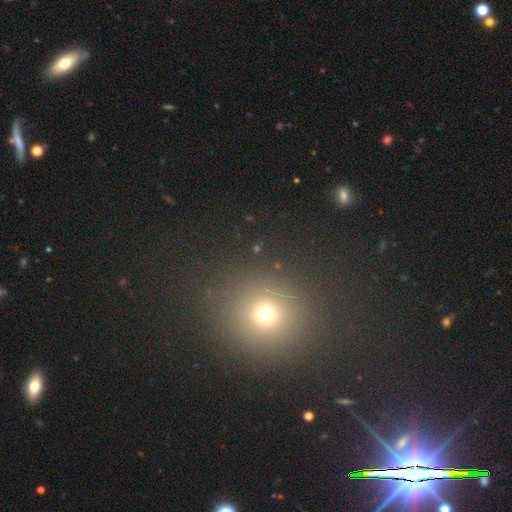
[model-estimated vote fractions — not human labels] This is possibly a smooth galaxy (53%). How rounded: clearly round (90%). Merging: clearly none (90%).